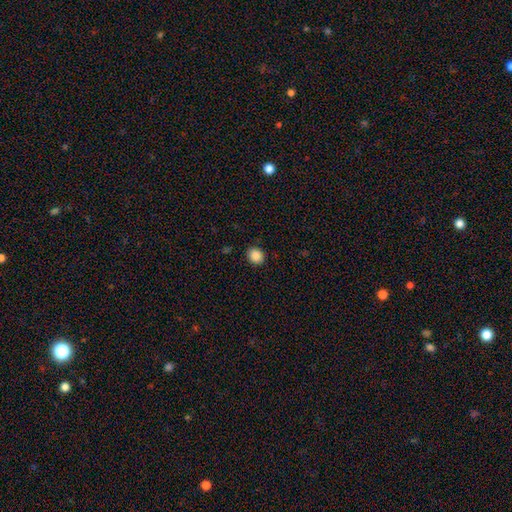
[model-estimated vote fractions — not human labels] This is clearly a smooth galaxy (88%). How rounded: likely round (69%). Merging: clearly none (89%).